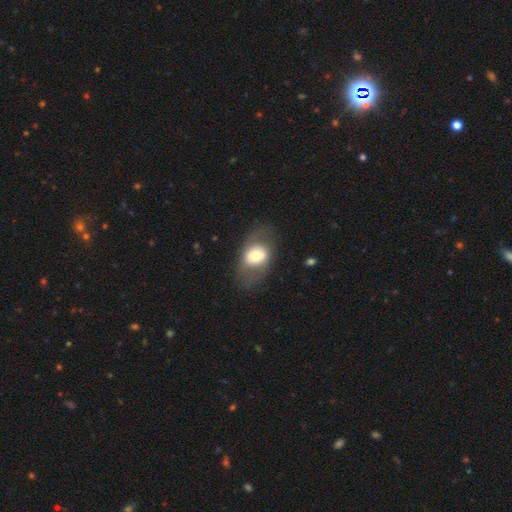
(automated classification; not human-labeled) A smooth galaxy with no disk features (55%) that is in between round and cigar-shaped (69%). Merging: none (72%).